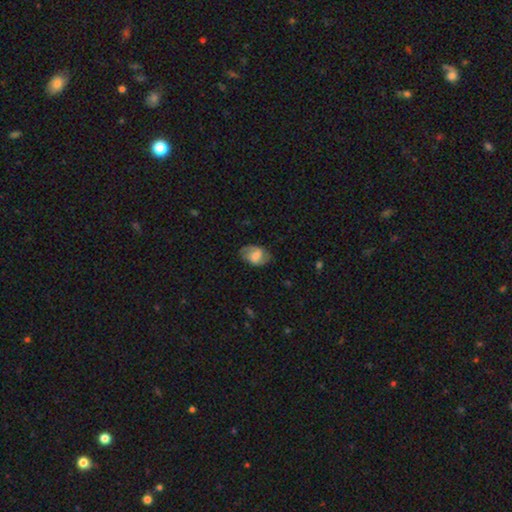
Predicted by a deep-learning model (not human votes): Q: Smooth or featured?
A: featured or disk (47%); runner-up: smooth (45%)
Q: Merging?
A: none (69%); runner-up: minor disturbance (21%)